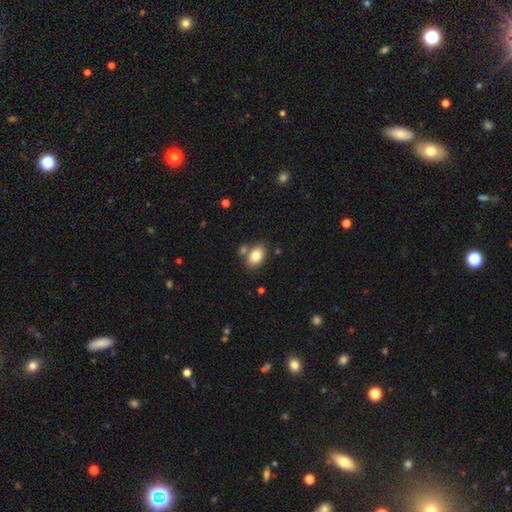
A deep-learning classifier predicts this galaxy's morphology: Smooth or featured? smooth (82%)
How rounded? in between (85%)
Merging? none (70%)